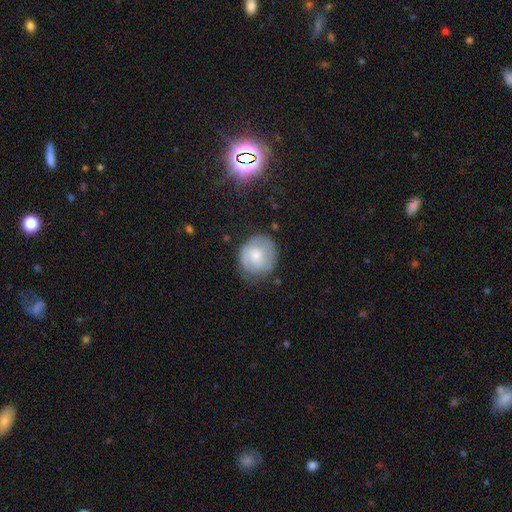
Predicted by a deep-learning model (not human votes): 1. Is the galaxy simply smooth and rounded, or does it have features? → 61% smooth, 32% featured or disk, 7% star or artifact.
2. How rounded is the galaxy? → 86% round, 13% in between, 1% cigar-shaped.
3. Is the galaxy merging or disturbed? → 70% none, 21% minor disturbance, 7% major disturbance, 2% merger.